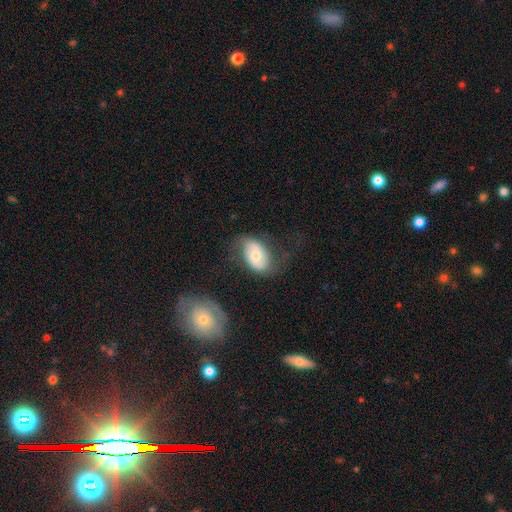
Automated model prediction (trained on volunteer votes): smooth_or_featured: featured or disk (p=0.51) [alt: smooth p=0.42]
disk_edge_on: no (p=0.94) [alt: yes p=0.06]
merging: none (p=0.53) [alt: minor disturbance p=0.24]